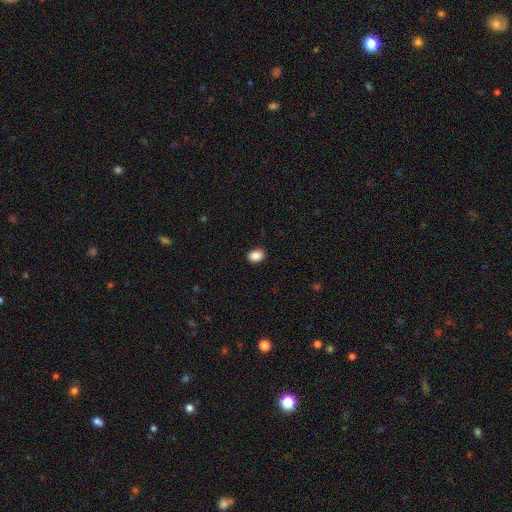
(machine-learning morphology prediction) This is clearly a smooth galaxy (88%). How rounded: likely in between (67%). Merging: clearly none (90%).